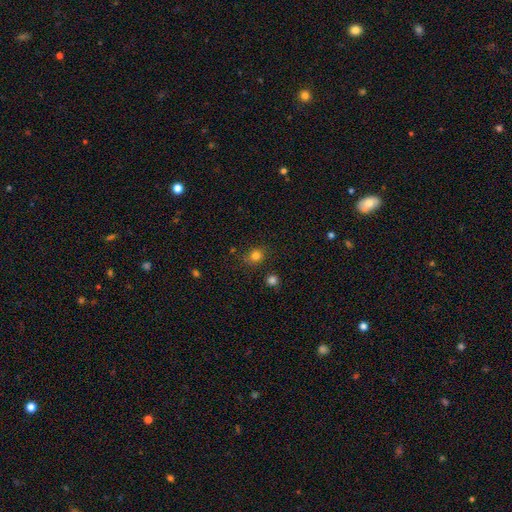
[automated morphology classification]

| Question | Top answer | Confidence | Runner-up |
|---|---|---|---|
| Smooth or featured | smooth | 80% | star or artifact (15%) |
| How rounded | round | 80% | in between (19%) |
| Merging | none | 80% | minor disturbance (13%) |